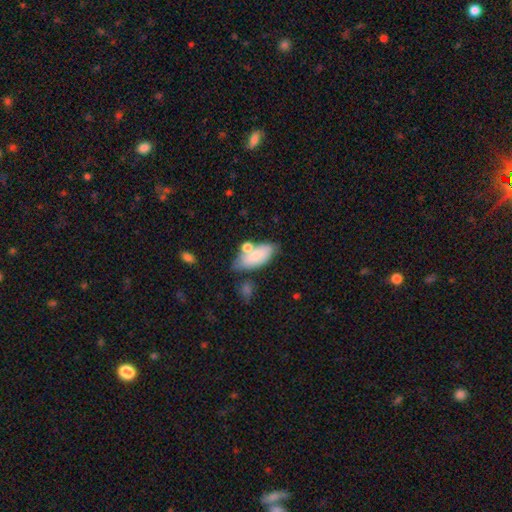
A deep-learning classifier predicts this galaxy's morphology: Overall: smooth (76%). How rounded: in between (86%). Merging: none (53%; merger 22%).